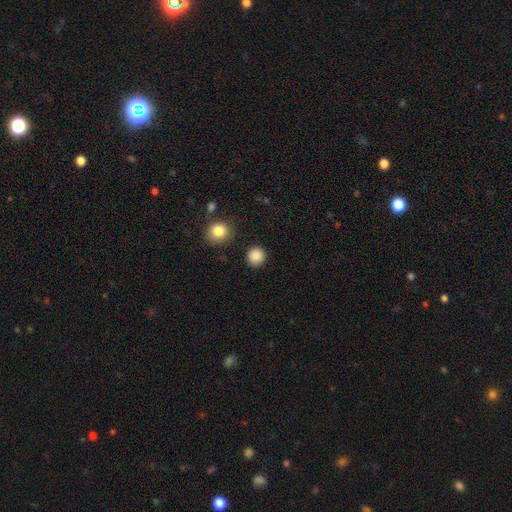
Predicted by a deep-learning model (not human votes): The model was most divided on "smooth or featured": smooth: 87%, star or artifact: 10%, featured or disk: 3%. More confident: how rounded — round (93%); merging — none (90%).